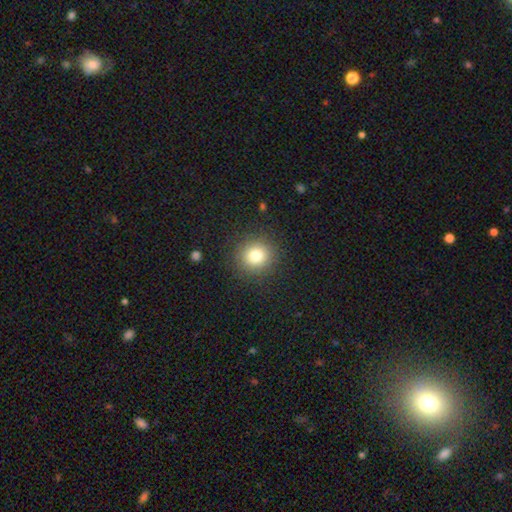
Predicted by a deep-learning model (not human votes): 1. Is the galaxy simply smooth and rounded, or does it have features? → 79% smooth, 12% star or artifact, 8% featured or disk.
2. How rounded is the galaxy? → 90% round, 9% in between, 1% cigar-shaped.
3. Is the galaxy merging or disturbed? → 89% none, 7% minor disturbance, 3% major disturbance, 1% merger.